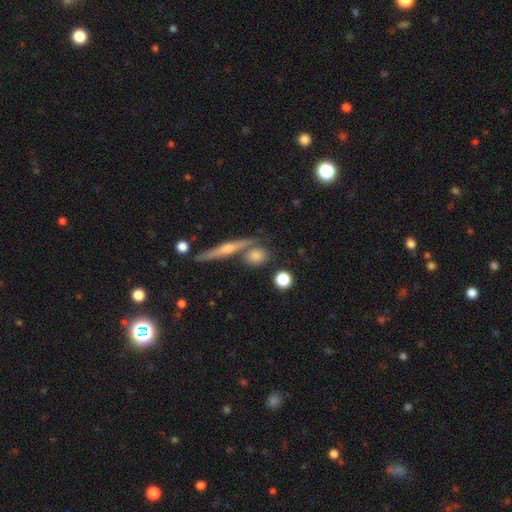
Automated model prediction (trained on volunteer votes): A smooth galaxy with no disk features (74%) that is round (69%). Merging: none (67%).